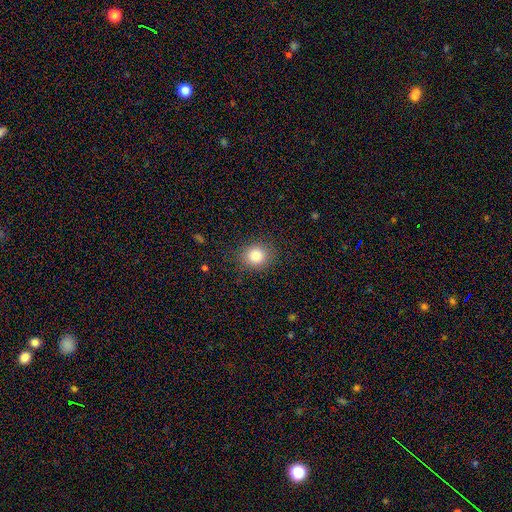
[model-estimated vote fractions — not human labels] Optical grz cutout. It shows a smooth galaxy with no disk features (82%) that is round (75%). Merging: none (85%).